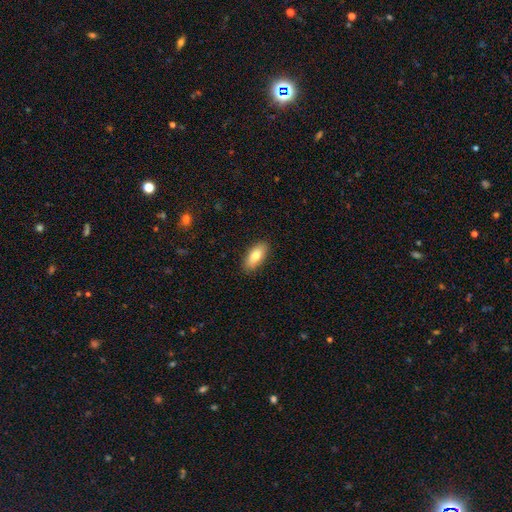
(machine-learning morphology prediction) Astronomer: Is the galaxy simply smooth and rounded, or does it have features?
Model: smooth — 79%.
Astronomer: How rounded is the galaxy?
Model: in between — 82%.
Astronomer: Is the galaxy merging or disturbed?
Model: none — 89%.